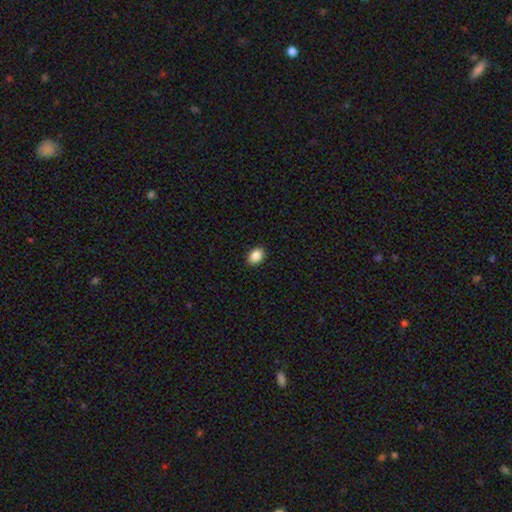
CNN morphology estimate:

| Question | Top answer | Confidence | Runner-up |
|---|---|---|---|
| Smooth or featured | smooth | 88% | star or artifact (8%) |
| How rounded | in between | 74% | round (25%) |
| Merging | none | 91% | minor disturbance (7%) |